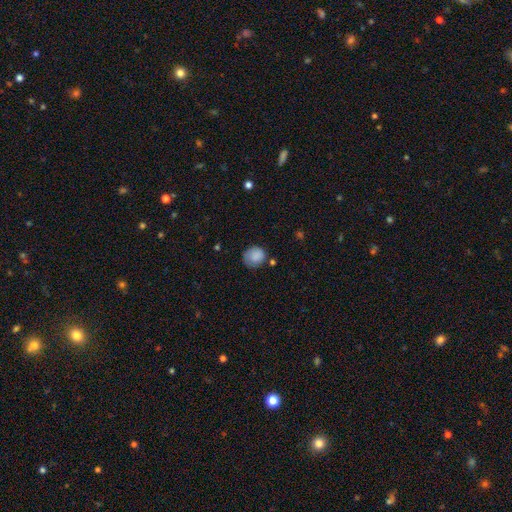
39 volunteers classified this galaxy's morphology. smooth_or_featured: smooth (p=0.85) [alt: featured or disk p=0.08]
how_rounded: round (p=0.85) [alt: in between p=0.15]
merging: none (p=0.72) [alt: minor disturbance p=0.19]